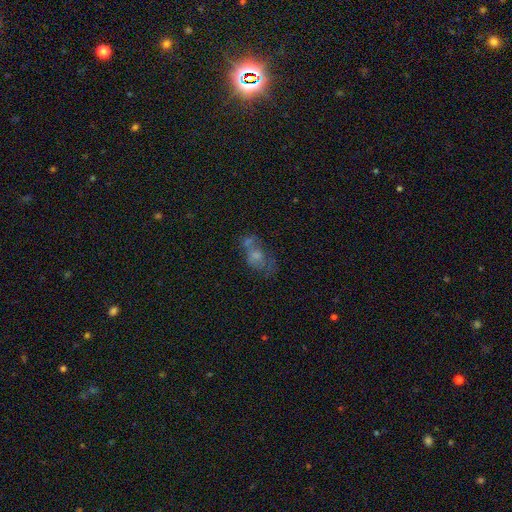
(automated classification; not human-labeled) The model was most divided on "smooth or featured": smooth: 48%, featured or disk: 33%, star or artifact: 19%. Remaining: merging — merger (43%).